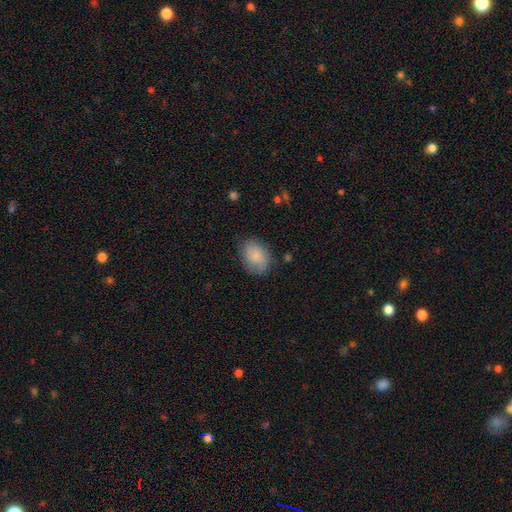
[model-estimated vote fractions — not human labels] Q: Smooth or featured?
A: smooth (79%); runner-up: featured or disk (14%)
Q: How rounded?
A: in between (69%); runner-up: round (30%)
Q: Merging?
A: none (77%); runner-up: minor disturbance (17%)